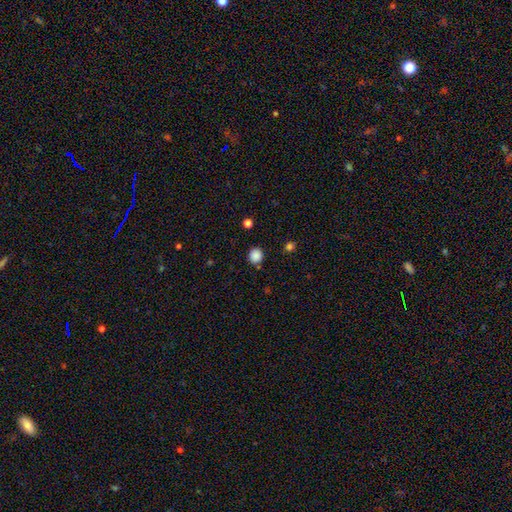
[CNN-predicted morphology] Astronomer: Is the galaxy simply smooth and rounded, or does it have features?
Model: smooth — 86%.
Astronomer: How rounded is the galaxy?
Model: round — 91%.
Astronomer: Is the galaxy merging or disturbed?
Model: none — 88%.